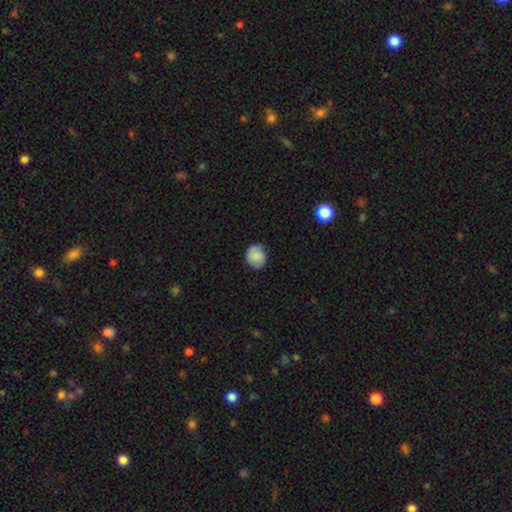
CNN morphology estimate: Overall: smooth (75%). How rounded: round (79%). Merging: none (75%).